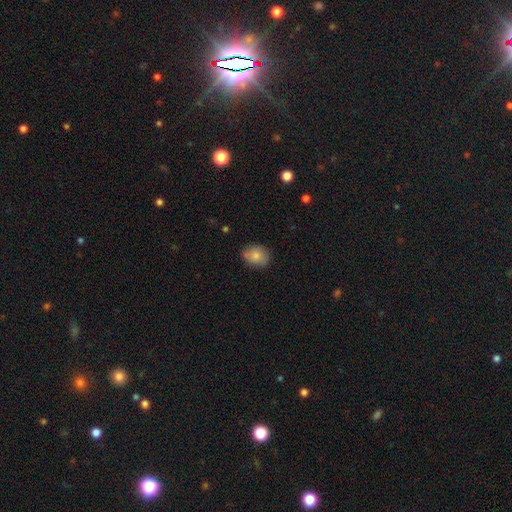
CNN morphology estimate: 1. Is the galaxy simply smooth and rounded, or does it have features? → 83% smooth, 9% featured or disk, 8% star or artifact.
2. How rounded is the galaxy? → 54% in between, 45% round, 1% cigar-shaped.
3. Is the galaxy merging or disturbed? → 79% none, 16% minor disturbance, 3% major disturbance, 2% merger.